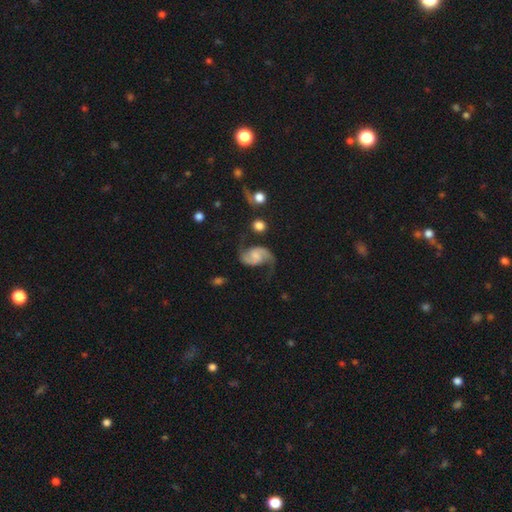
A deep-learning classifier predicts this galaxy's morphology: Smooth or featured: featured or disk — 84% (smooth — 10%)
Edge-on disk: no — 98% (yes — 2%)
Bar: no — 49% (weak — 40%)
Spiral arms: yes — 96% (no — 4%)
Spiral winding: loose — 55% (medium — 37%)
Spiral arm count: 2 — 92% (1 — 3%)
Bulge size: small — 35% (none — 31%)
Merging: none — 61% (minor disturbance — 19%)